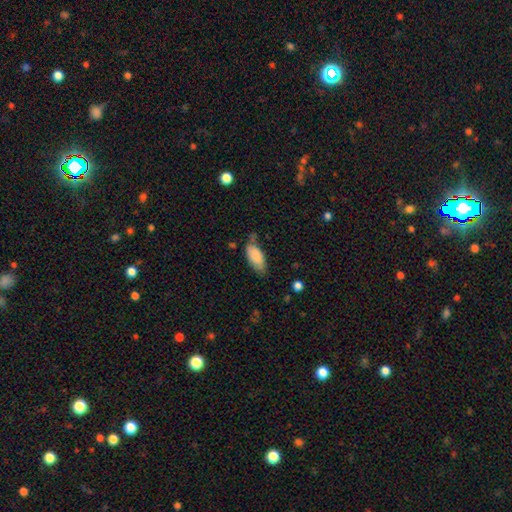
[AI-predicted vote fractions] smooth_or_featured: smooth (p=0.83) [alt: featured or disk p=0.11]
how_rounded: in between (p=0.89) [alt: cigar-shaped p=0.09]
merging: none (p=0.59) [alt: minor disturbance p=0.30]